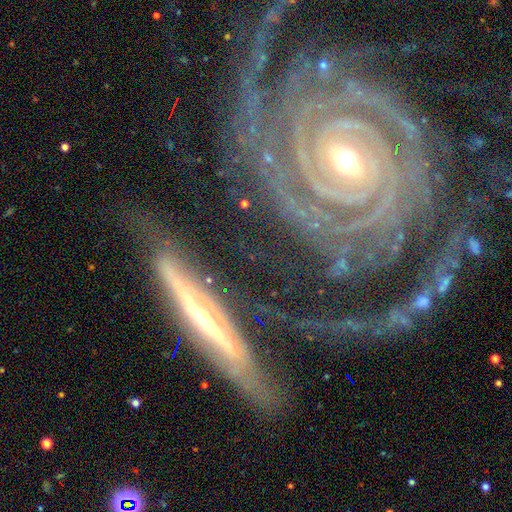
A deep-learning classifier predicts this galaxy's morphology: type=featured or disk (88%); edge-on=no (71%); bar=no (44%); spiral arms=yes (94%); winding=tight (74%); arm count=2 (37%); bulge=moderate (53%); merging=none (53%).